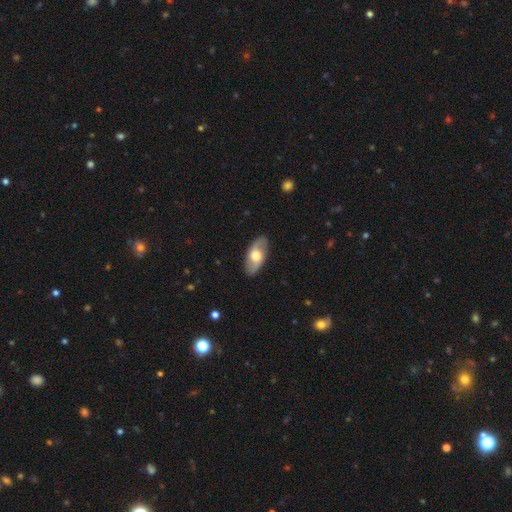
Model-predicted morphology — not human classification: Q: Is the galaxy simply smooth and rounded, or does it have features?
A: featured or disk — 54%.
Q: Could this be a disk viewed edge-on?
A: no — 82%.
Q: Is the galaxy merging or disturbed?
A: none — 87%.